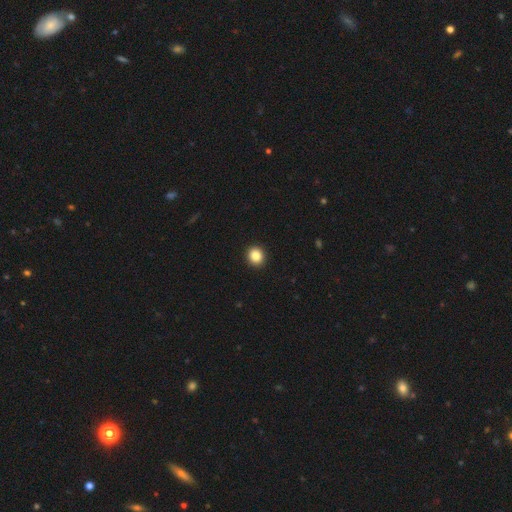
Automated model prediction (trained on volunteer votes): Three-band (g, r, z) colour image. It shows a smooth galaxy with no disk features (87%) that is round (82%). Merging: none (93%).